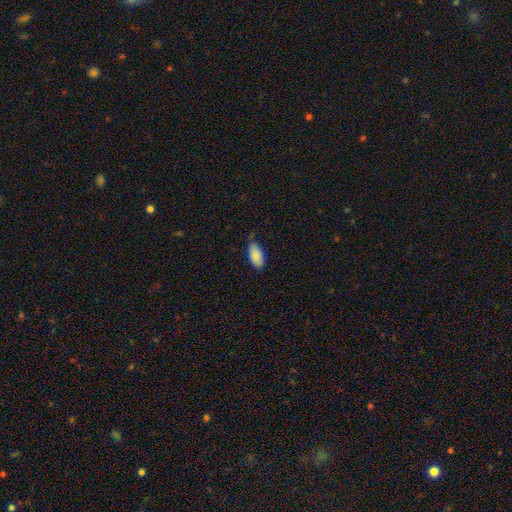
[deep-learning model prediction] The model was most divided on "merging": none: 71%, minor disturbance: 23%, major disturbance: 3%, merger: 2%. More confident: how rounded — in between (93%); smooth or featured — smooth (87%).